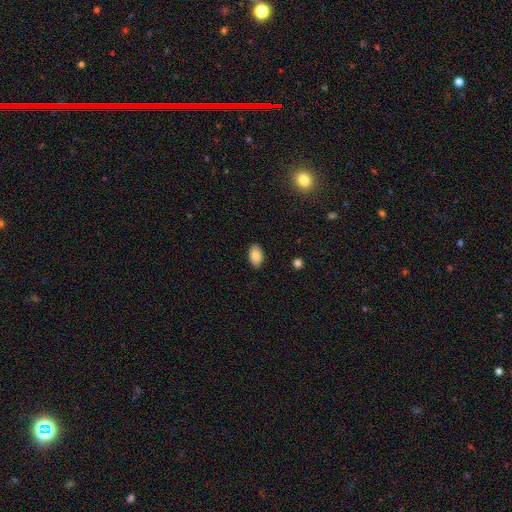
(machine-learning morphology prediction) smooth_or_featured: smooth (p=0.84) [alt: featured or disk p=0.09]
how_rounded: in between (p=0.92) [alt: round p=0.07]
merging: none (p=0.86) [alt: minor disturbance p=0.11]